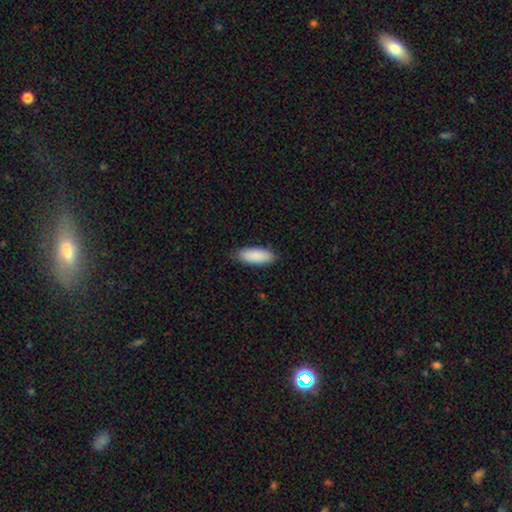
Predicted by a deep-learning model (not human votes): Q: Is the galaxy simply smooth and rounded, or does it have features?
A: smooth — 90%.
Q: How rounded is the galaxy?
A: in between — 78%.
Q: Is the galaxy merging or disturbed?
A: none — 86%.